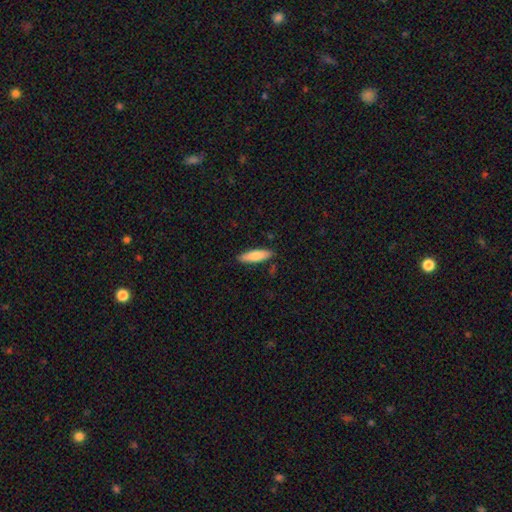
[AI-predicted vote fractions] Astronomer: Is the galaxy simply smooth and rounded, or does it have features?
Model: smooth — 80%.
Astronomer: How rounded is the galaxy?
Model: cigar-shaped — 59% (runner-up: in between, 39%).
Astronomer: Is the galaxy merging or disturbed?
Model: none — 87%.